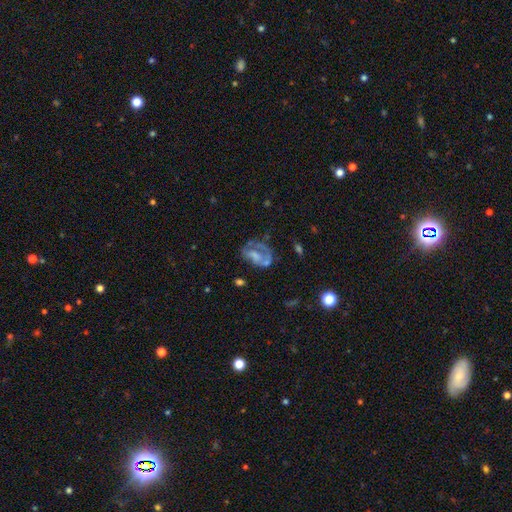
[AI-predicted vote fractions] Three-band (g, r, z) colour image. It shows a featured or disk galaxy (57%) with no bar (75%), no spiral arms (59%) and no central bulge (42%). Merging: major disturbance (35%).